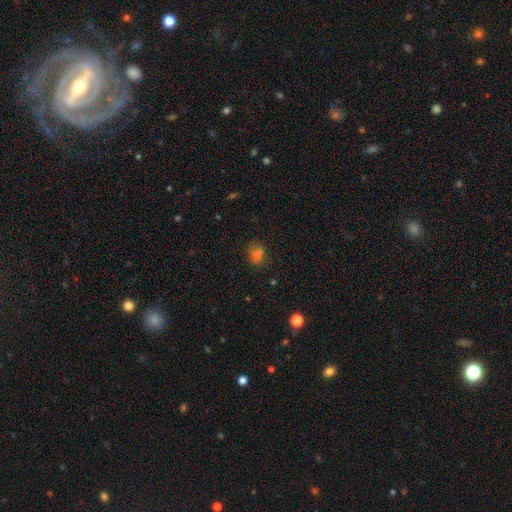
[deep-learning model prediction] smooth_or_featured: smooth (p=0.67) [alt: star or artifact p=0.25]
how_rounded: in between (p=0.61) [alt: round p=0.37]
merging: none (p=0.77) [alt: minor disturbance p=0.15]